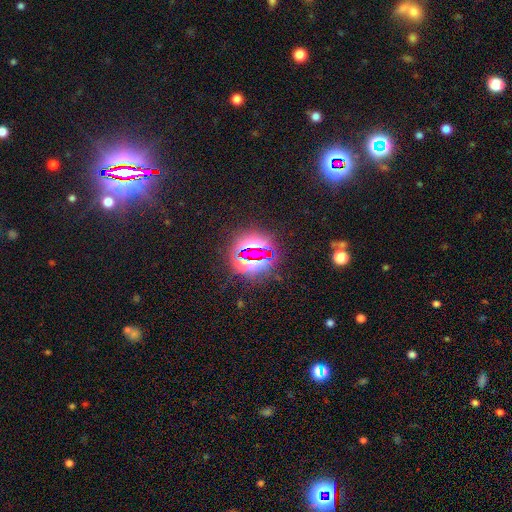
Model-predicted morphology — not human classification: smooth_or_featured: star or artifact (p=0.79) [alt: smooth p=0.12]